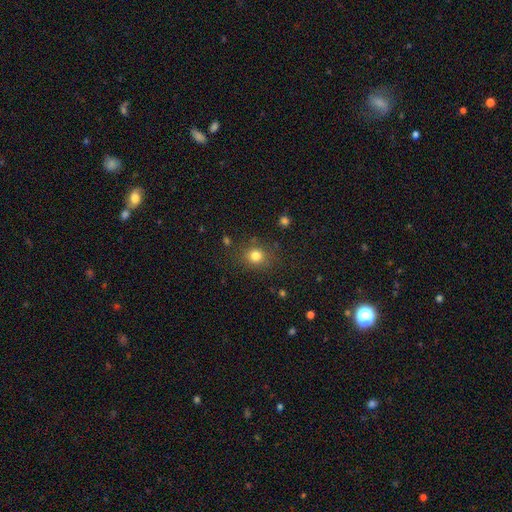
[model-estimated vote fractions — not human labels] A smooth galaxy with no disk features (80%) that is round (78%). Merging: none (81%).